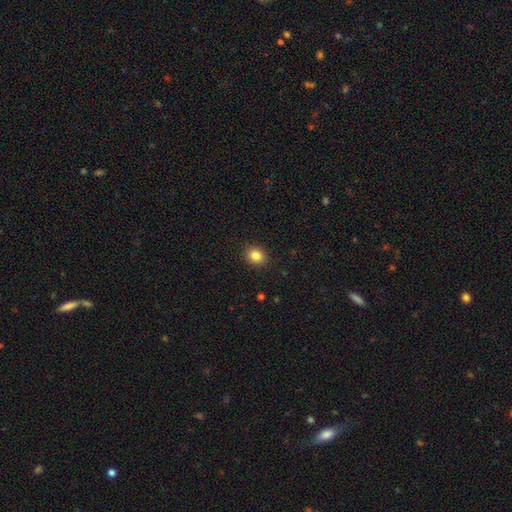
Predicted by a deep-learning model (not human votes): Morphology: type=smooth (85%); roundness=round (67%); merging=none (91%).